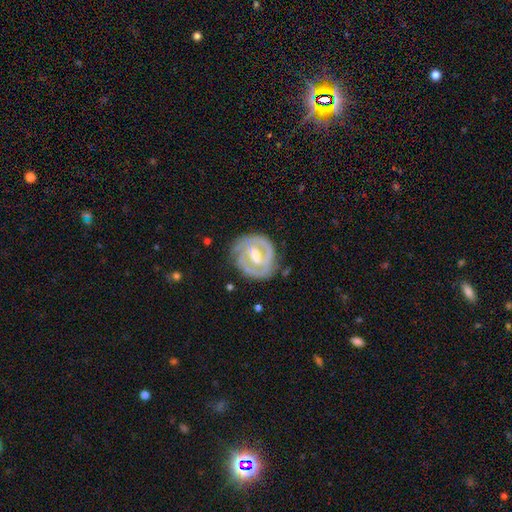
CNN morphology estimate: Smooth or featured? Predicted: featured or disk (p=0.87). Edge-on disk? Predicted: no (p=0.97). Bar? Predicted: weak (p=0.47). Spiral arms? Predicted: yes (p=0.93). Spiral winding? Predicted: tight (p=0.67). Spiral arm count? Predicted: 2 (p=0.71). Bulge size? Predicted: moderate (p=0.71). Merging? Predicted: none (p=0.78).